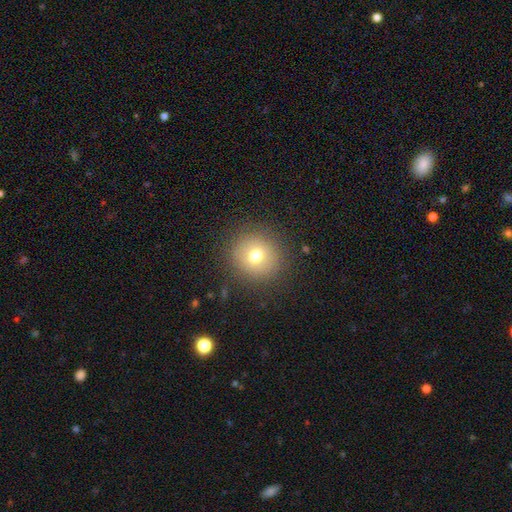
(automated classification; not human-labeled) smooth-or-featured: smooth: 71% | featured or disk: 15% | star or artifact: 14%
  how-rounded: round: 93% | in between: 6% | cigar-shaped: 1%
  merging: none: 88% | minor disturbance: 7% | major disturbance: 4% | merger: 1%